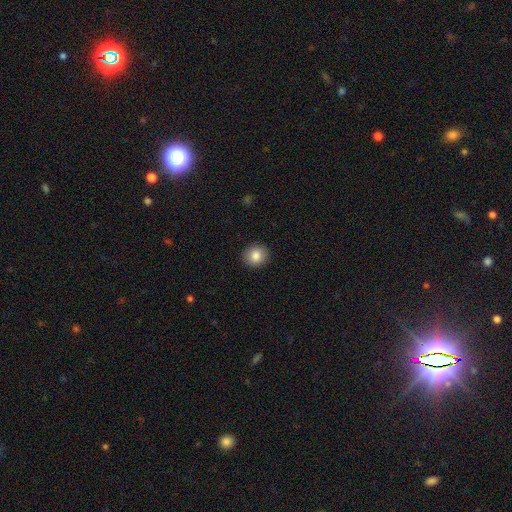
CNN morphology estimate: smooth-or-featured: smooth: 84% | star or artifact: 9% | featured or disk: 7%
  how-rounded: round: 84% | in between: 15% | cigar-shaped: 1%
  merging: none: 91% | minor disturbance: 6% | major disturbance: 2% | merger: 1%